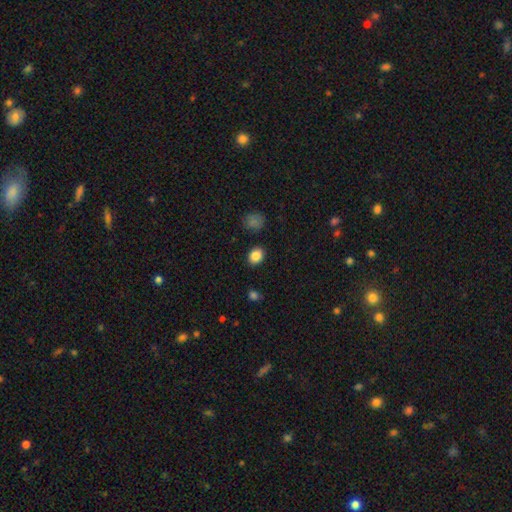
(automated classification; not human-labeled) Smooth or featured? Predicted: smooth (p=0.86). How rounded? Predicted: in between (p=0.54). Merging? Predicted: none (p=0.88).